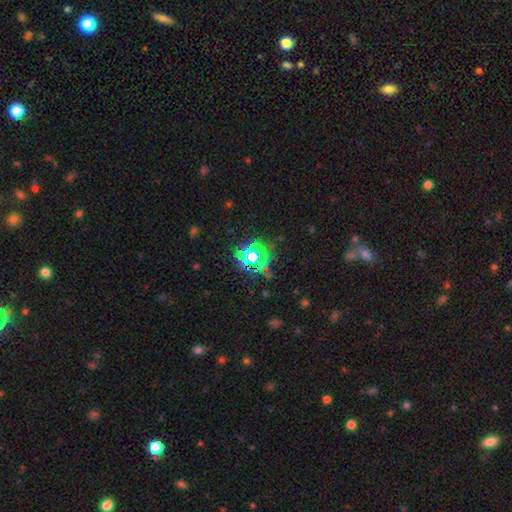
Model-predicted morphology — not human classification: A star or artifact, not a galaxy (71%).